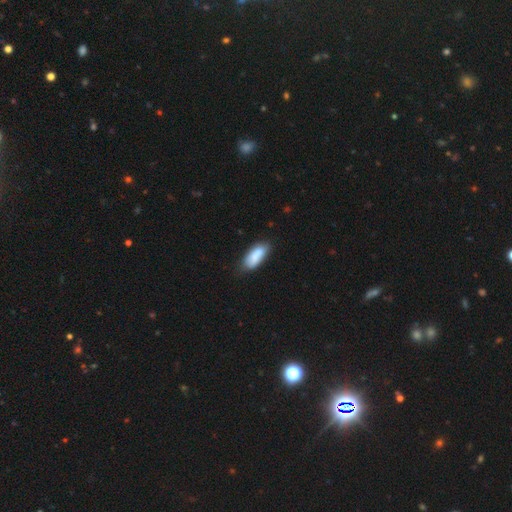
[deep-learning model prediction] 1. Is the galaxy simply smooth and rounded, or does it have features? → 84% smooth, 9% featured or disk, 6% star or artifact.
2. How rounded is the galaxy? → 81% in between, 17% cigar-shaped, 2% round.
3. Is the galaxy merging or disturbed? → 67% none, 26% minor disturbance, 5% major disturbance, 3% merger.